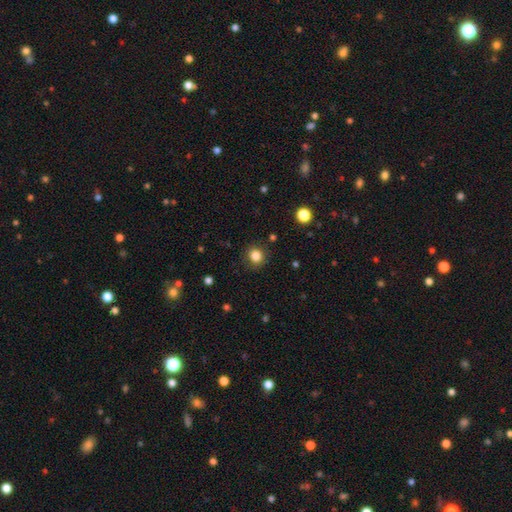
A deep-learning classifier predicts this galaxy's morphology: Smooth or featured: smooth — 84% (star or artifact — 12%)
How rounded: round — 85% (in between — 14%)
Merging: none — 86% (minor disturbance — 9%)